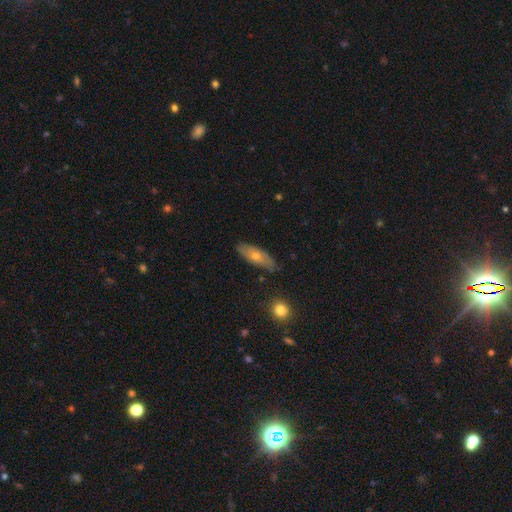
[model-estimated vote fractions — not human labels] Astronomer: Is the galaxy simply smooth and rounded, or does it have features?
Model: smooth — 54% (runner-up: featured or disk, 39%).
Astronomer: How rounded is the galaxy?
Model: in between — 58% (runner-up: cigar-shaped, 39%).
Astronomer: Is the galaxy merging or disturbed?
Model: none — 81%.